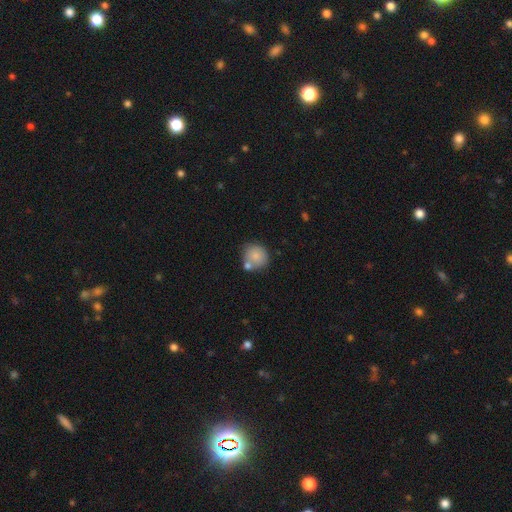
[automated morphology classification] type=smooth (81%); roundness=round (86%); merging=none (62%).